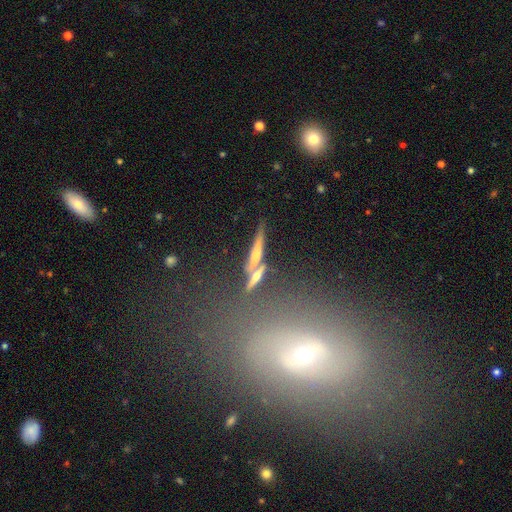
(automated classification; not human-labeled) A featured or disk galaxy (45%). Merging: none (70%).